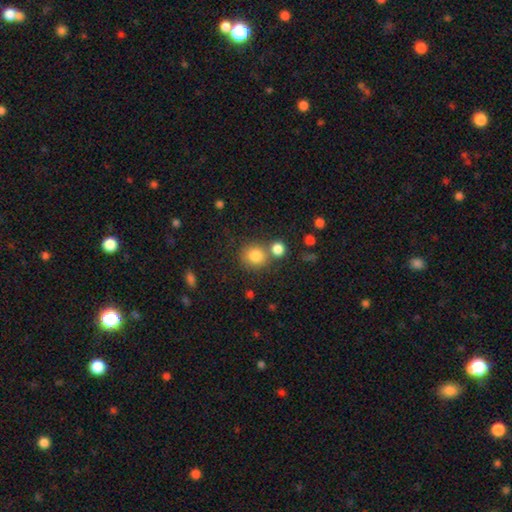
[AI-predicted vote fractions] smooth 83%, star or artifact 10%, featured or disk 7%. Down the decision tree: how rounded — round (87%); merging — none (62%).